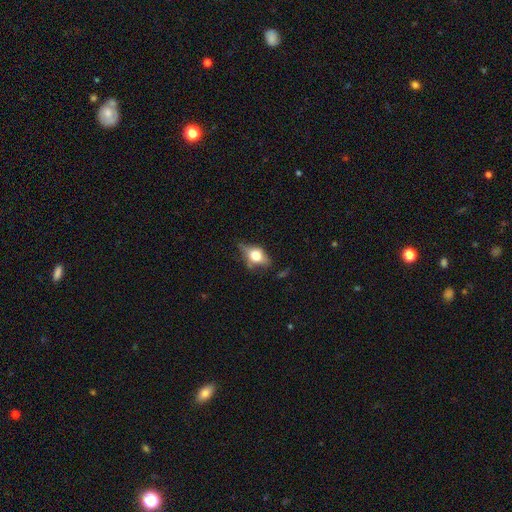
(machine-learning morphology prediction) A smooth galaxy with no disk features (48%).

Vote fractions:
- Smooth or featured? smooth: 48% / featured or disk: 41% / star or artifact: 11%
- Merging? none: 57% / minor disturbance: 26% / major disturbance: 13% / merger: 4%